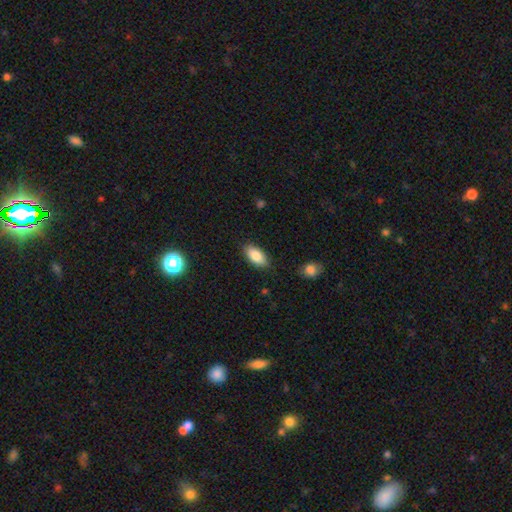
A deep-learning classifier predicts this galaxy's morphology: A smooth galaxy with no disk features (85%) that is in between round and cigar-shaped (92%). Merging: none (85%).